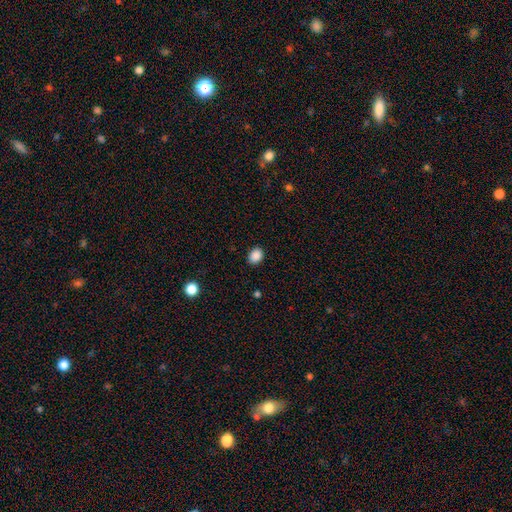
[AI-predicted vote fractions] Smooth or featured? Predicted: smooth (p=0.88). How rounded? Predicted: in between (p=0.60). Merging? Predicted: none (p=0.89).